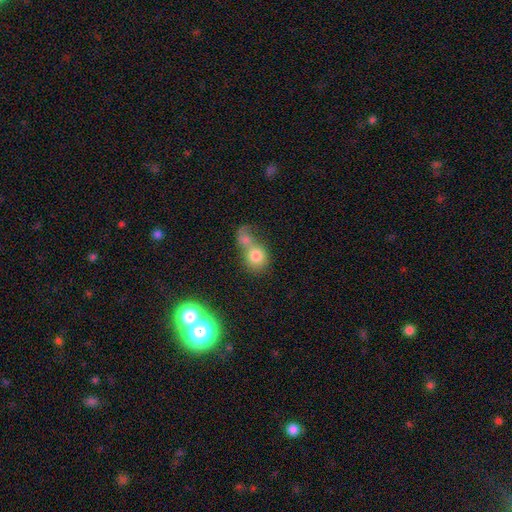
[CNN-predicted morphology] Overall: smooth (74%). How rounded: round (70%). Merging: merger (66%).